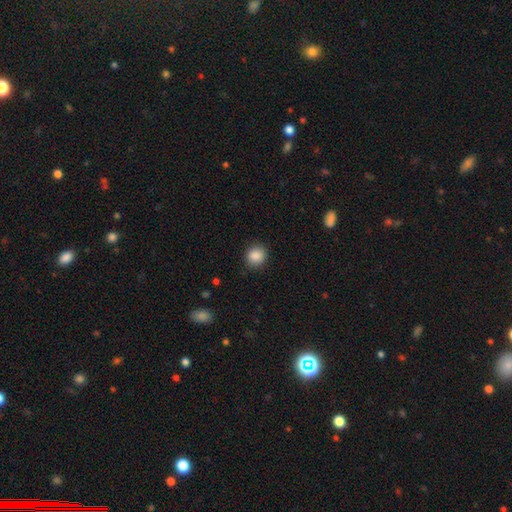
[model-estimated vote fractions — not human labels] A smooth galaxy with no disk features (88%) that is round (81%). Merging: none (87%).